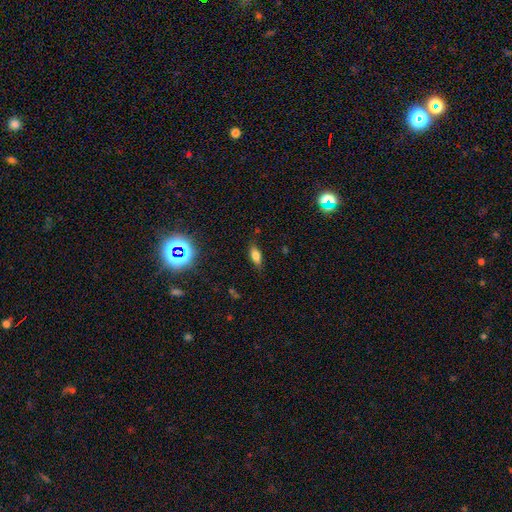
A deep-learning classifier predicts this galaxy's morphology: This is likely a smooth galaxy (72%). How rounded: clearly in between (80%). Merging: clearly none (81%).